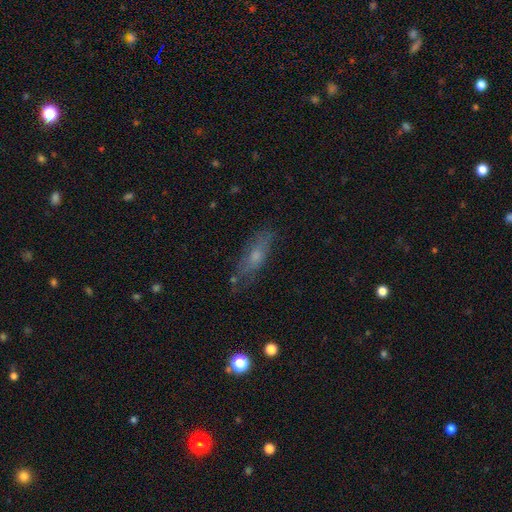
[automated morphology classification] Smooth or featured?
  - smooth: 50% *
  - featured or disk: 39%
  - star or artifact: 11%
Merging?
  - none: 70% *
  - minor disturbance: 20%
  - major disturbance: 7%
  - merger: 3%